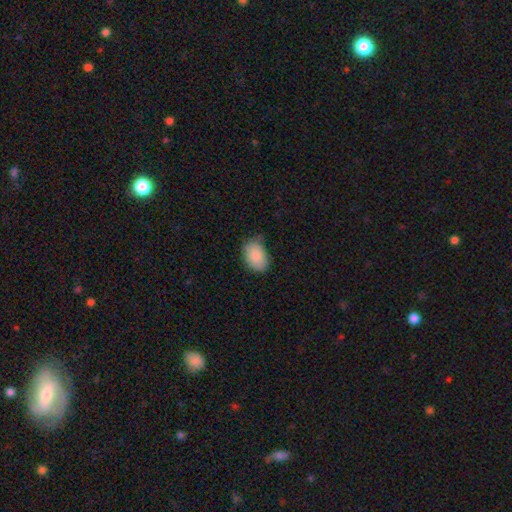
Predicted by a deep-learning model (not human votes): This appears to be a smooth galaxy with no disk features (87%) that is in between round and cigar-shaped (82%). Merging: none (64%).